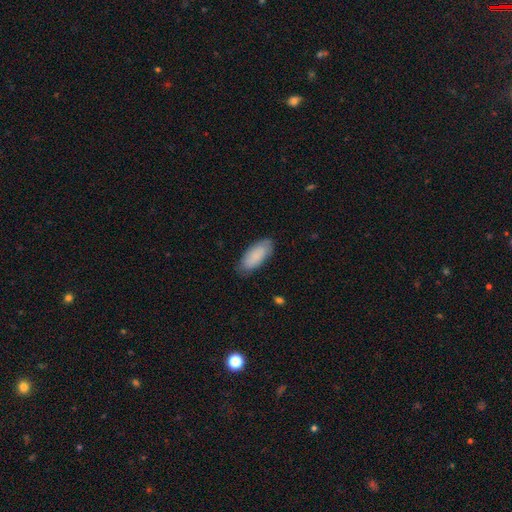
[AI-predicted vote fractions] smooth_or_featured: smooth (p=0.84) [alt: featured or disk p=0.11]
how_rounded: in between (p=0.87) [alt: cigar-shaped p=0.12]
merging: none (p=0.80) [alt: minor disturbance p=0.16]